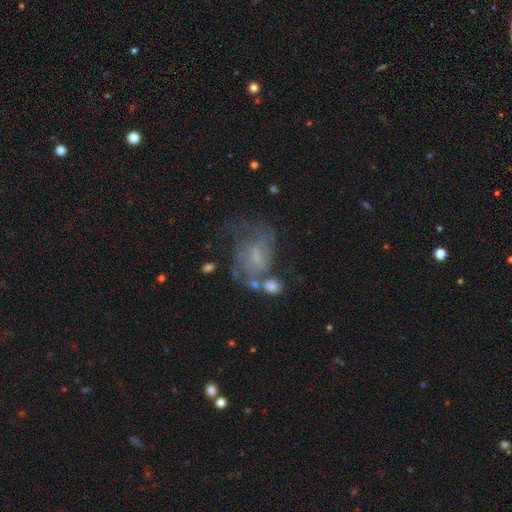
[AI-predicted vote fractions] Smooth or featured? featured or disk (61%)
Edge-on disk? no (97%)
Bar? no (46%)
Spiral arms? yes (67%)
Bulge size? small (42%)
Merging? none (33%)